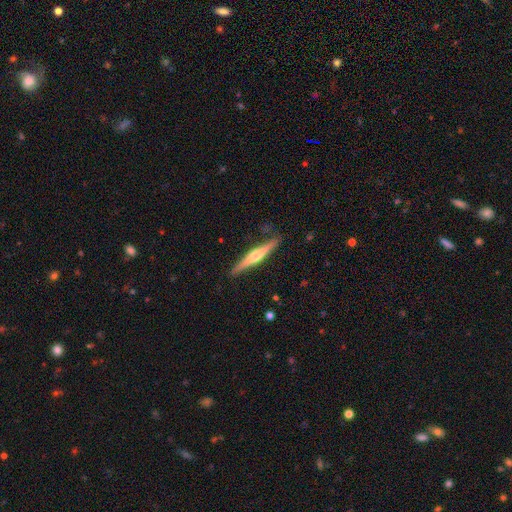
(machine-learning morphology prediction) A featured or disk galaxy (69%) viewed edge-on (98%) with a rounded central bulge (86%). Merging: none (87%).